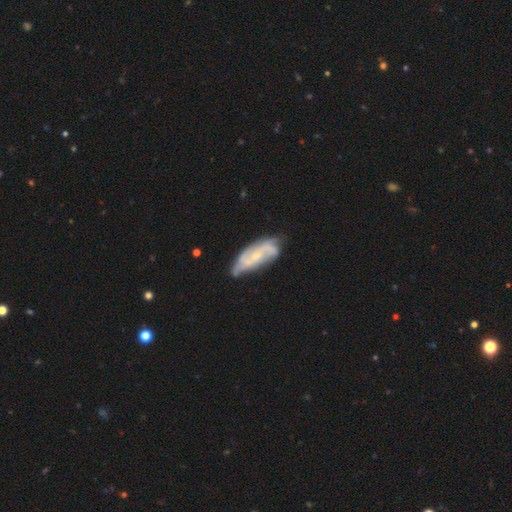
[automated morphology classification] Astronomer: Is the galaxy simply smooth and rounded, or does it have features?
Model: featured or disk — 72%.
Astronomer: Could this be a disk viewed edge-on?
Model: no — 89%.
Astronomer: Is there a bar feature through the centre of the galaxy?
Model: no — 60%.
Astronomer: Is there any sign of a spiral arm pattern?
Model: yes — 85%.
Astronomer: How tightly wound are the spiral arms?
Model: medium — 41% (runner-up: tight, 32%).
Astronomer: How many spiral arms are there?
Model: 2 — 45% (runner-up: can't tell, 30%).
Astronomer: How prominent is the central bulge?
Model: small — 69%.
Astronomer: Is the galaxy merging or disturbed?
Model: none — 60%.